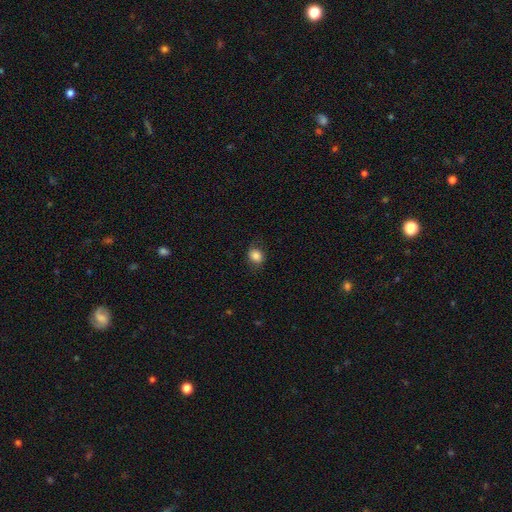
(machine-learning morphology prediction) The model was most divided on "how rounded": round: 54%, in between: 45%, cigar-shaped: 1%. More confident: smooth or featured — smooth (84%); merging — none (78%).